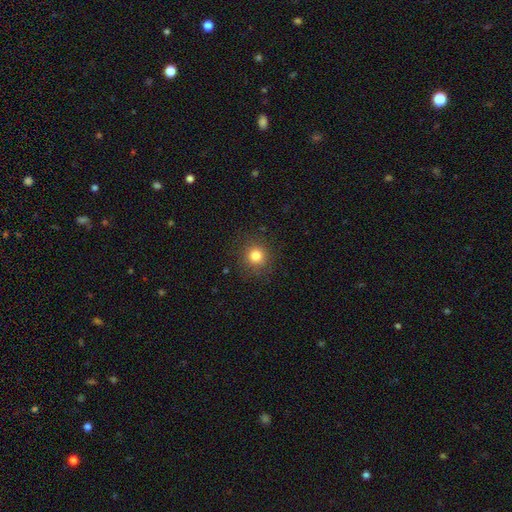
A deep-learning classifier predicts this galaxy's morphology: This appears to be a smooth galaxy with no disk features (81%) that is round (93%). Merging: none (88%).